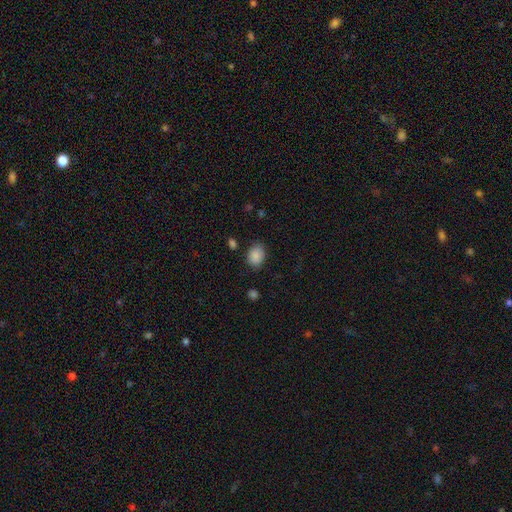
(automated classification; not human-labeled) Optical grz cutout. It shows a smooth galaxy with no disk features (88%) that is in between round and cigar-shaped (66%). Merging: none (79%).